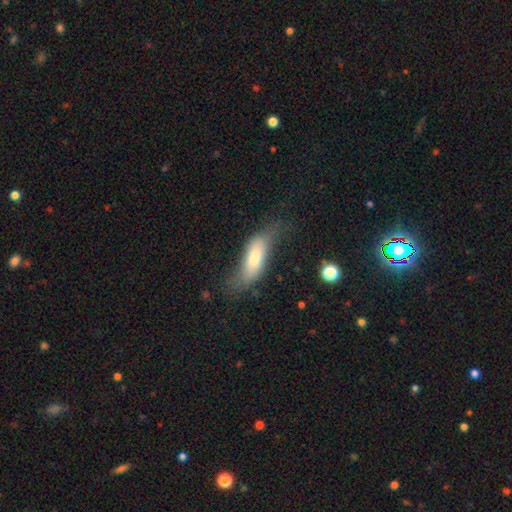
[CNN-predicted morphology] A smooth galaxy with no disk features (63%) that is in between round and cigar-shaped (59%).

Vote fractions:
- Smooth or featured? smooth: 63% / featured or disk: 30% / star or artifact: 7%
- How rounded? in between: 59% / cigar-shaped: 38% / round: 3%
- Merging? none: 46% / minor disturbance: 31% / major disturbance: 20% / merger: 3%